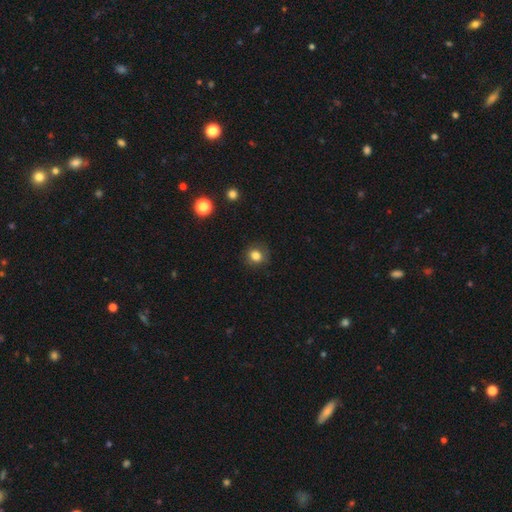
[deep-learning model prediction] Q: Smooth or featured?
A: smooth (82%); runner-up: star or artifact (12%)
Q: How rounded?
A: round (79%); runner-up: in between (20%)
Q: Merging?
A: none (83%); runner-up: minor disturbance (12%)